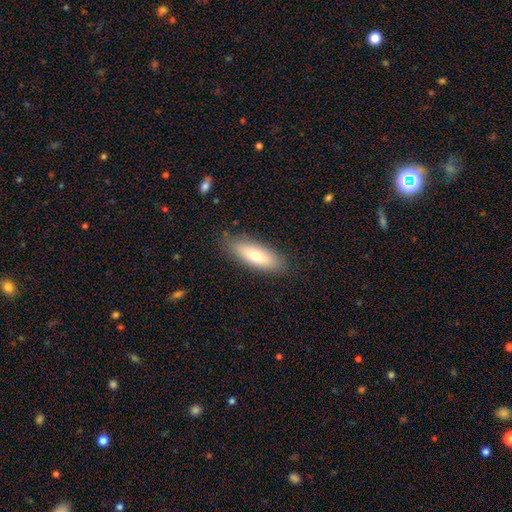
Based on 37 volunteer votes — A smooth galaxy with no disk features (73%) that is in between round and cigar-shaped (59%). Merging: none (92%).